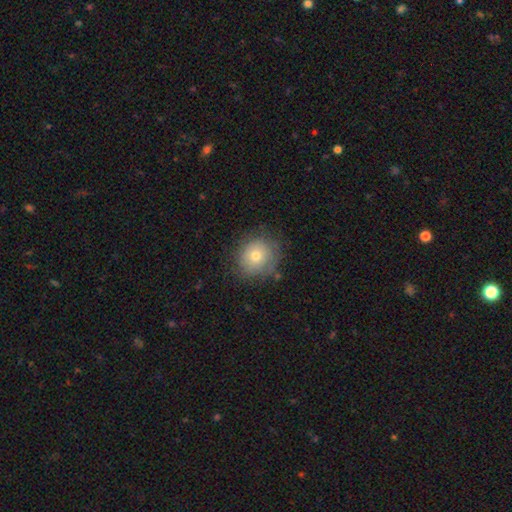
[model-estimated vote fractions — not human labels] The model was most divided on "smooth or featured": smooth: 69%, featured or disk: 21%, star or artifact: 10%. More confident: how rounded — round (84%); merging — none (75%).